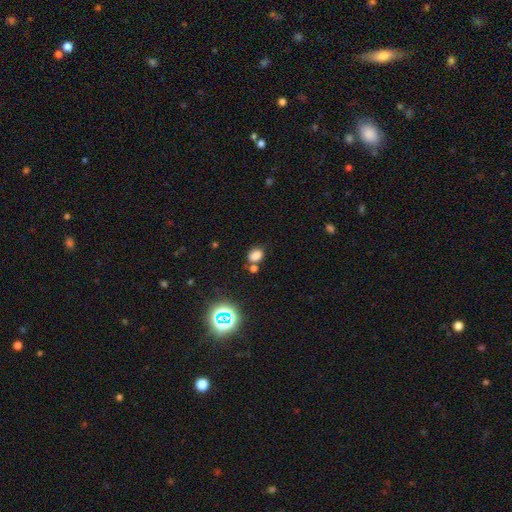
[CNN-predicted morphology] This appears to be a smooth galaxy with no disk features (74%) that is in between round and cigar-shaped (66%). Merging: none (62%).